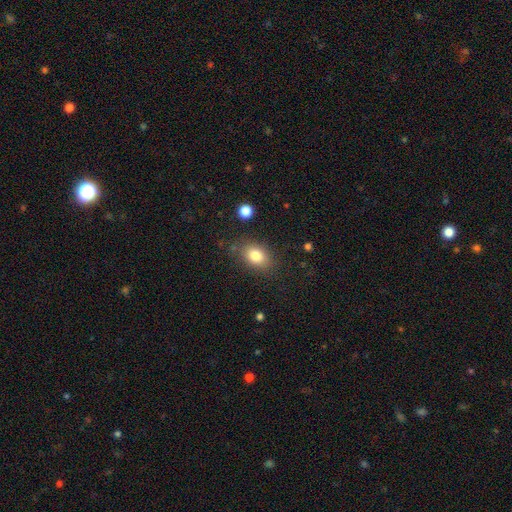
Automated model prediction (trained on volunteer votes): Smooth or featured? Predicted: smooth (p=0.82). How rounded? Predicted: in between (p=0.77). Merging? Predicted: none (p=0.79).